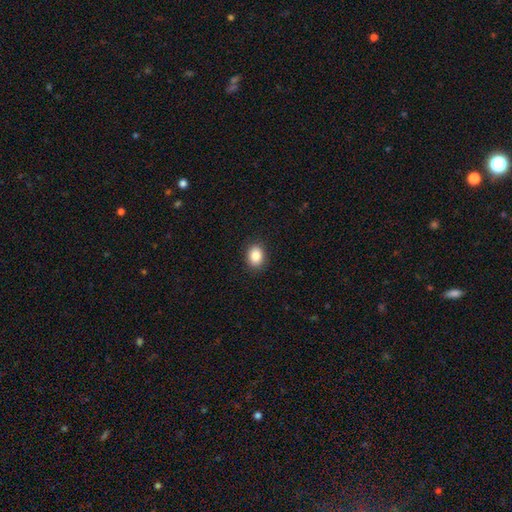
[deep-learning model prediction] A smooth galaxy with no disk features (87%) that is in between round and cigar-shaped (59%). Merging: none (89%).